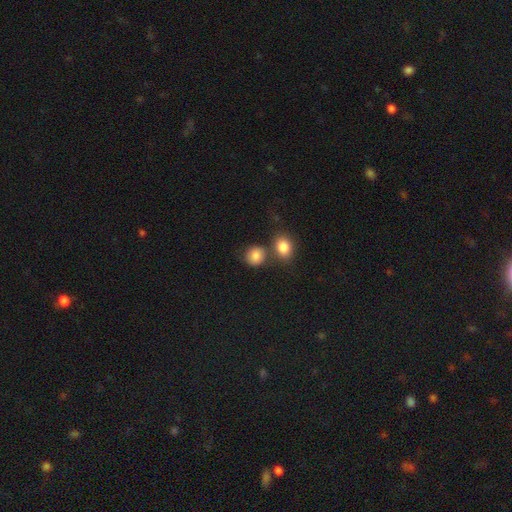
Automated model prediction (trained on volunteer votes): Overall: smooth (84%). How rounded: round (74%). Merging: none (61%; merger 23%).